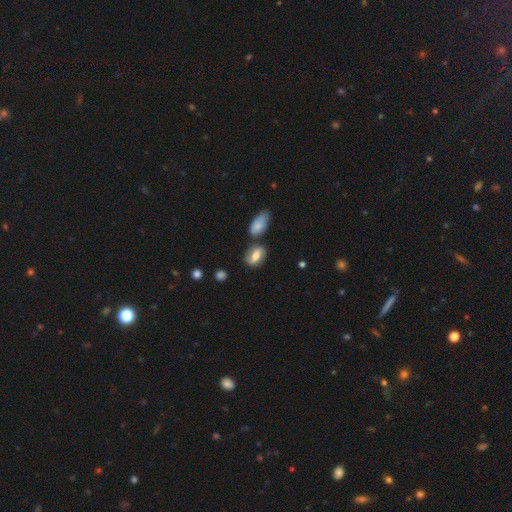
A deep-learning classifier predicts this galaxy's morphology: Smooth or featured? Predicted: smooth (p=0.49). Merging? Predicted: none (p=0.64).